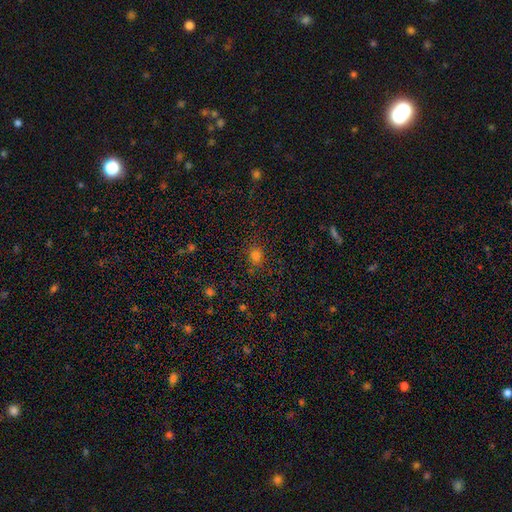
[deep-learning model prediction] smooth 73%, star or artifact 21%, featured or disk 6%. Down the decision tree: how rounded — round (64%); merging — none (78%).